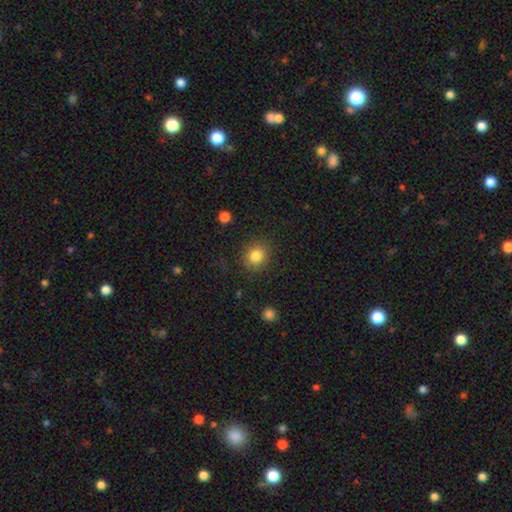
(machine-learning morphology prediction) A smooth galaxy with no disk features (83%) that is round (82%).

Vote fractions:
- Smooth or featured? smooth: 83% / star or artifact: 11% / featured or disk: 6%
- How rounded? round: 82% / in between: 17% / cigar-shaped: 1%
- Merging? none: 87% / minor disturbance: 8% / major disturbance: 3% / merger: 1%